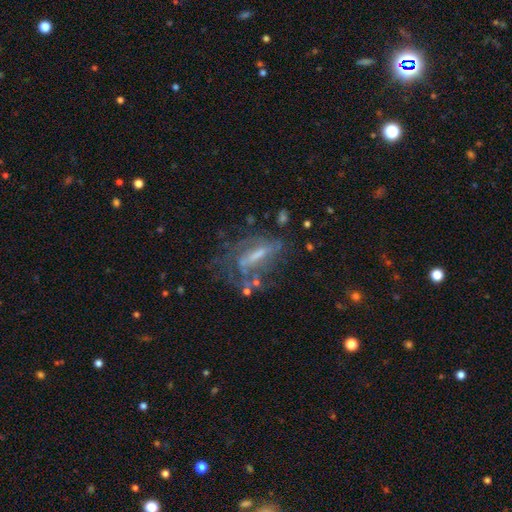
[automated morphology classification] type=featured or disk (70%); edge-on=no (82%); bar=strong (44%); spiral arms=yes (63%); bulge=moderate (34%); merging=none (45%).